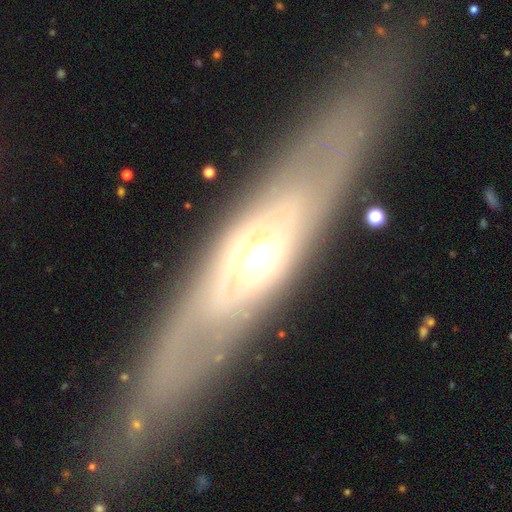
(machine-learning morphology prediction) This is likely a featured or disk galaxy (74%). It is possibly not viewed edge-on (57%). Merging: clearly none (81%).